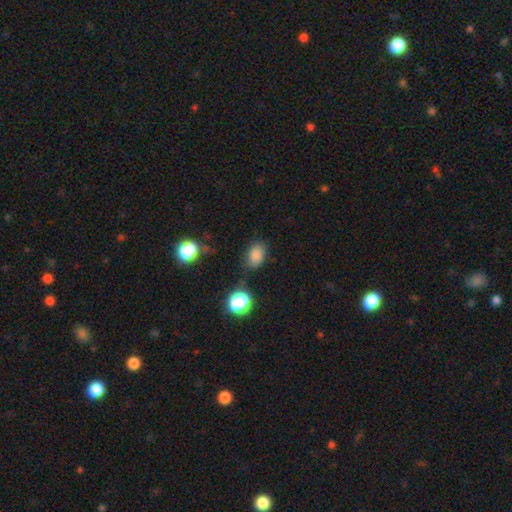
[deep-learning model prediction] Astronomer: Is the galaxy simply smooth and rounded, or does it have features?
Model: smooth — 82%.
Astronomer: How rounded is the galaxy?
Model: in between — 79%.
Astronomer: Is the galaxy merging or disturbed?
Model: none — 77%.